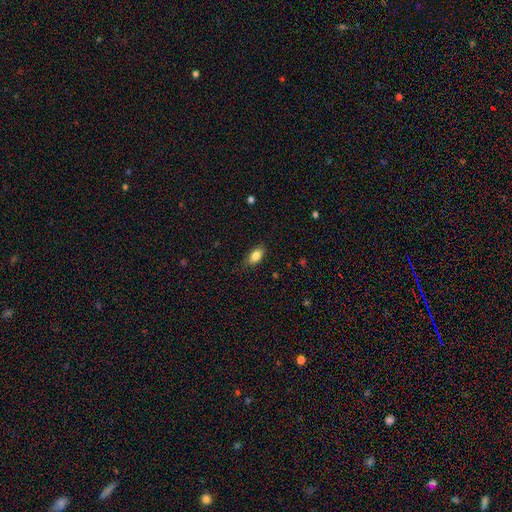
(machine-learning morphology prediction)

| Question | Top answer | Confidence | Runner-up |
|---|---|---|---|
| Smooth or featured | smooth | 86% | star or artifact (8%) |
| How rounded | in between | 89% | round (6%) |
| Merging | none | 78% | minor disturbance (17%) |